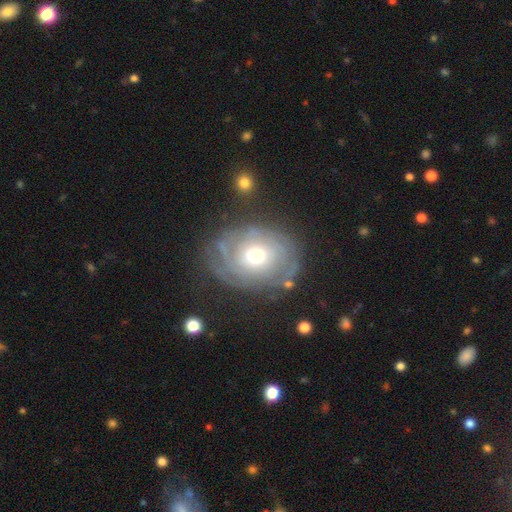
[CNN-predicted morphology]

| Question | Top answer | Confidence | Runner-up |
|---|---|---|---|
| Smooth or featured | featured or disk | 71% | smooth (22%) |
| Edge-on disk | no | 95% | yes (5%) |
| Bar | no | 80% | weak (16%) |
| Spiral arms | yes | 78% | no (22%) |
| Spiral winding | tight | 71% | medium (21%) |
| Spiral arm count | can't tell | 55% | 2 (17%) |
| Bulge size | moderate | 62% | small (26%) |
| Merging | none | 69% | minor disturbance (19%) |